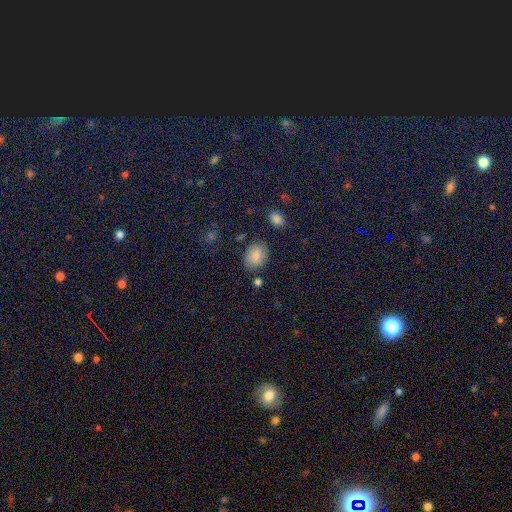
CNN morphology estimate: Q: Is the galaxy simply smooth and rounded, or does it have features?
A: smooth — 81%.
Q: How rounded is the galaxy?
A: in between — 54%.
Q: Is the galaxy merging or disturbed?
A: none — 78%.